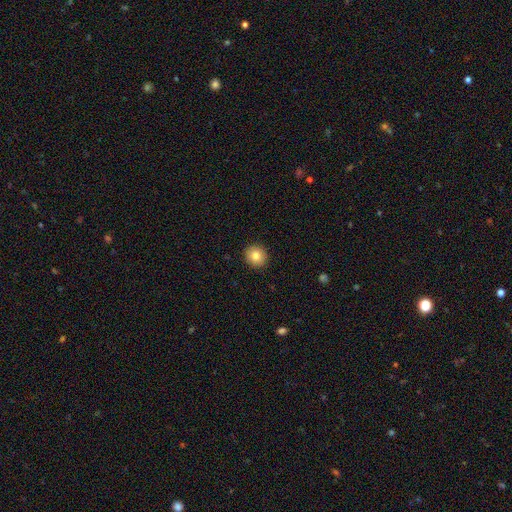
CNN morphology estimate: This is clearly a smooth galaxy (81%). How rounded: clearly round (90%). Merging: clearly none (92%).